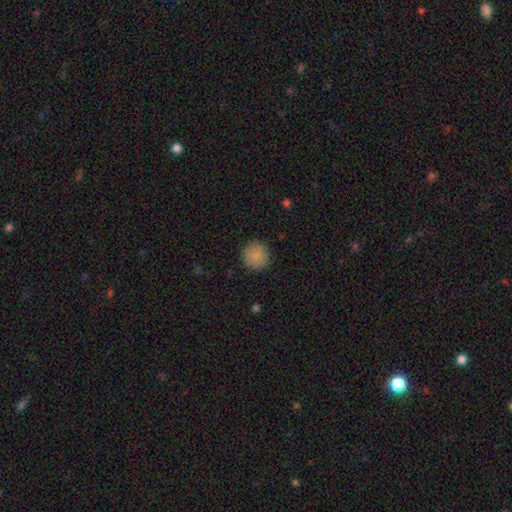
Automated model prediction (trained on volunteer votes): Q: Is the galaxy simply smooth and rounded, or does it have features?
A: smooth — 87%.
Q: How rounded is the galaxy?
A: round — 95%.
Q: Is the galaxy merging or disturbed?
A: none — 91%.